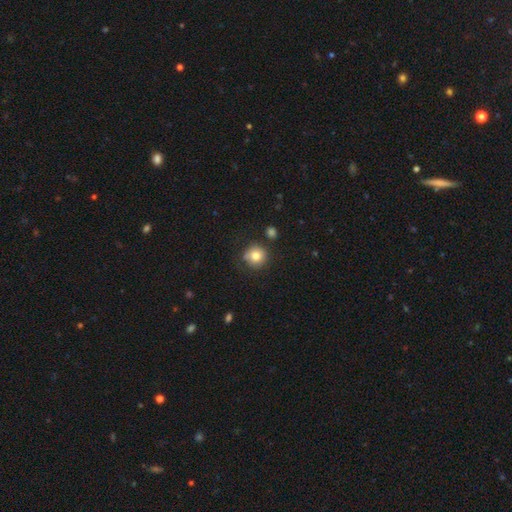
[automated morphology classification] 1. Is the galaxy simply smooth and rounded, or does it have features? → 79% smooth, 10% star or artifact, 10% featured or disk.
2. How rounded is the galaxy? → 92% round, 7% in between, 1% cigar-shaped.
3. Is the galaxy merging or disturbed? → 76% none, 14% minor disturbance, 6% merger, 4% major disturbance.